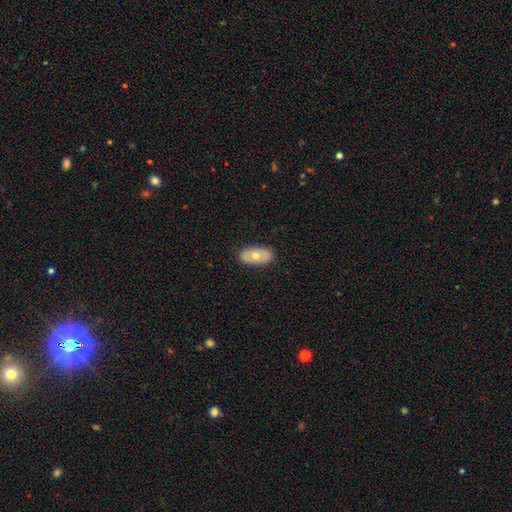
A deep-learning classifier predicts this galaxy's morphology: Smooth or featured: smooth — 61% (featured or disk — 33%)
How rounded: in between — 92% (round — 5%)
Merging: none — 86% (minor disturbance — 11%)